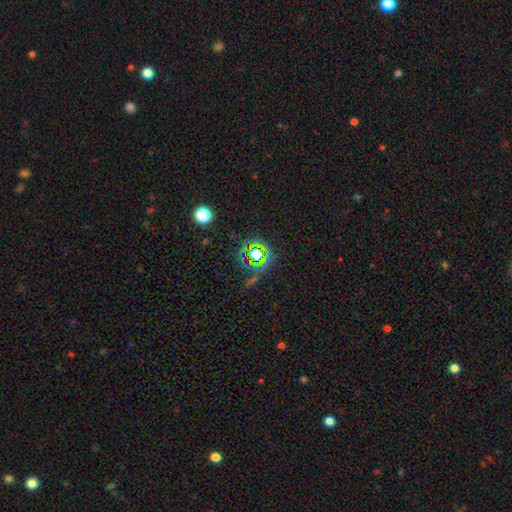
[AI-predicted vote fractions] star or artifact 66%, smooth 22%, featured or disk 12%.